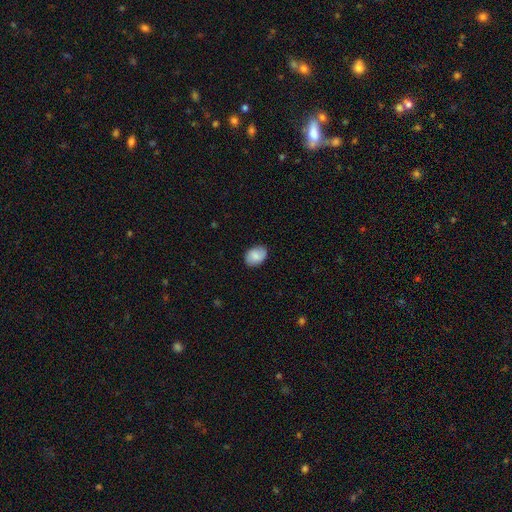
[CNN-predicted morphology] Smooth or featured: smooth — 82% (featured or disk — 11%)
How rounded: in between — 75% (round — 24%)
Merging: none — 85% (minor disturbance — 12%)